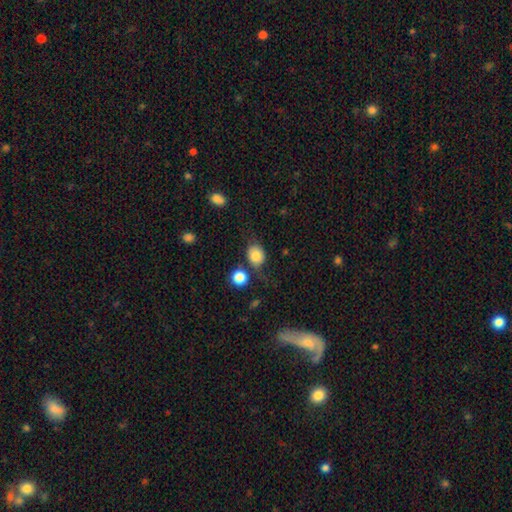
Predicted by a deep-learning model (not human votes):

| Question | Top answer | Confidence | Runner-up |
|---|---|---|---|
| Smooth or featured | smooth | 81% | star or artifact (10%) |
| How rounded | round | 57% | in between (42%) |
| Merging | none | 61% | minor disturbance (20%) |